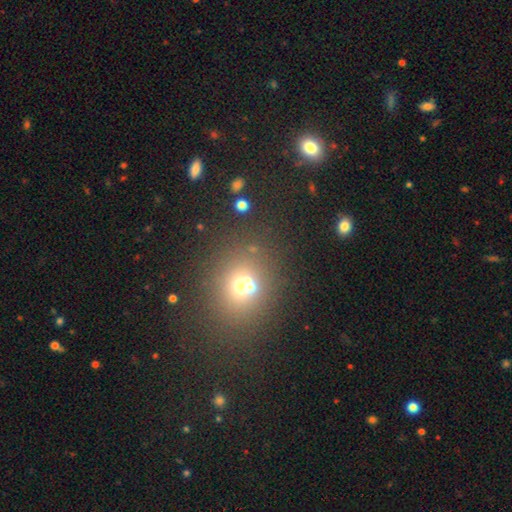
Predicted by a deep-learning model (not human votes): Smooth or featured? Predicted: smooth (p=0.58). How rounded? Predicted: round (p=0.64). Merging? Predicted: none (p=0.75).